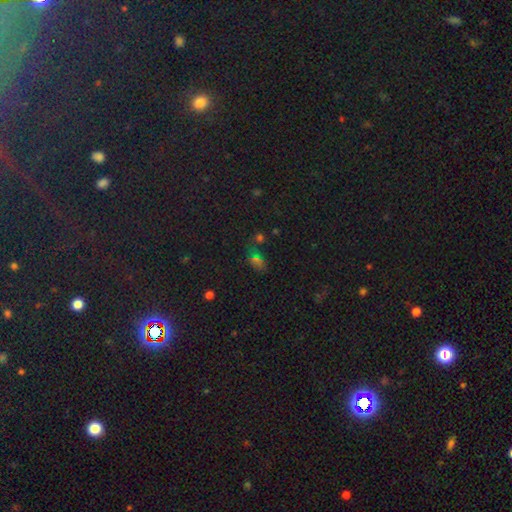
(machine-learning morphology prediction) This appears to be a smooth galaxy with no disk features (45%). Merging: none (52%).